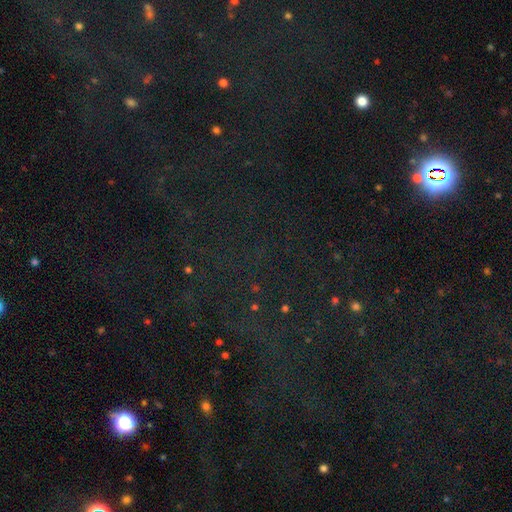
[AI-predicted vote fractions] Q: Smooth or featured?
A: star or artifact (78%); runner-up: smooth (13%)